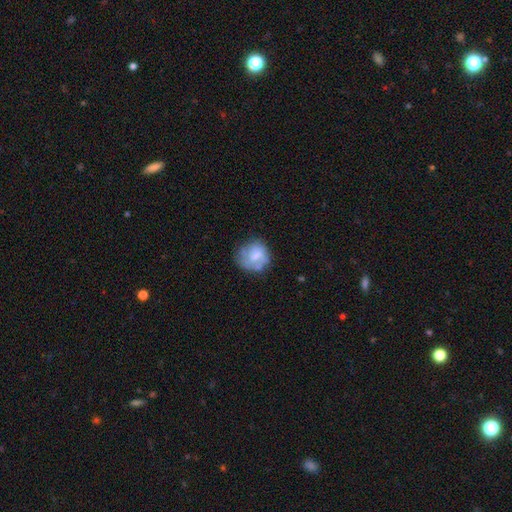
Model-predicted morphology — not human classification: Smooth or featured? smooth (50%)
Merging? none (56%)